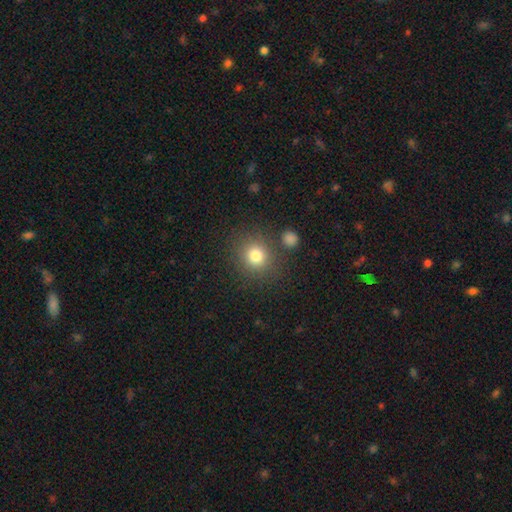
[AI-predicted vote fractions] smooth_or_featured: smooth (p=0.80) [alt: star or artifact p=0.13]
how_rounded: round (p=0.84) [alt: in between p=0.15]
merging: none (p=0.81) [alt: minor disturbance p=0.09]